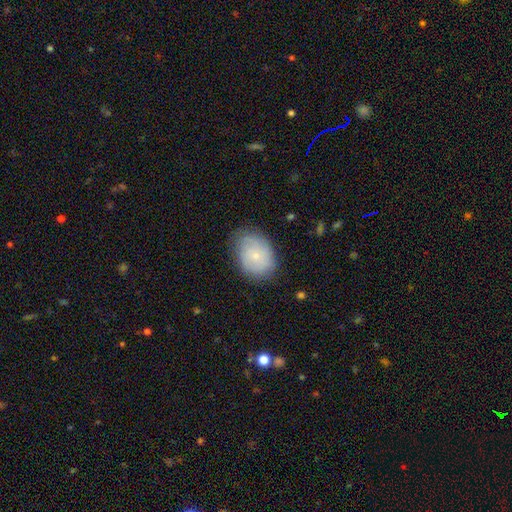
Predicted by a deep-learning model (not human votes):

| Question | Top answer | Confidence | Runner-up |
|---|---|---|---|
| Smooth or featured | smooth | 63% | featured or disk (29%) |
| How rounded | in between | 71% | round (28%) |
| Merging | none | 71% | minor disturbance (22%) |